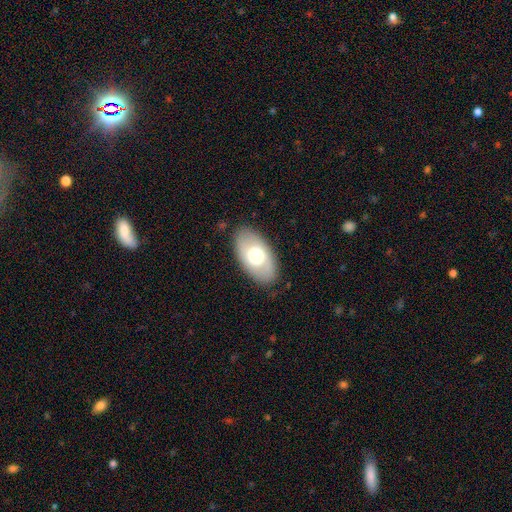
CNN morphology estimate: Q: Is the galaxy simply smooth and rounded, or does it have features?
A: smooth — 58%.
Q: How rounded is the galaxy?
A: in between — 93%.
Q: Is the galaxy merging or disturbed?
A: none — 85%.